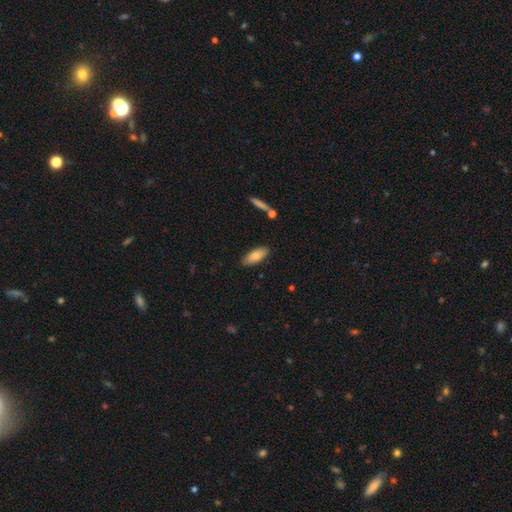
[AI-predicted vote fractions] This appears to be a smooth galaxy with no disk features (81%) that is in between round and cigar-shaped (79%). Merging: none (86%).